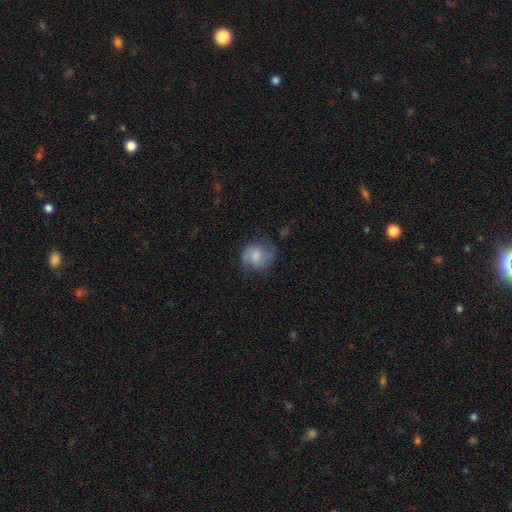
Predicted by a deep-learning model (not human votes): A featured or disk galaxy (57%) with no bar (52%), spiral arms (90%) and a moderate central bulge (42%).

Vote fractions:
- Smooth or featured? featured or disk: 57% / smooth: 35% / star or artifact: 8%
- Edge-on disk? no: 97% / yes: 3%
- Bar? no: 52% / weak: 41% / strong: 7%
- Spiral arms? yes: 90% / no: 10%
- Bulge size? moderate: 42% / small: 35% / none: 13% / large: 9% / dominant: 2%
- Merging? none: 65% / minor disturbance: 22% / major disturbance: 11% / merger: 2%